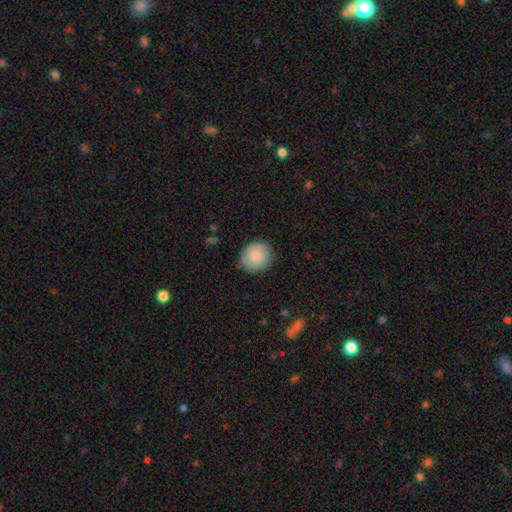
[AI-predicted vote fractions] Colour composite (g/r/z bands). It shows a smooth galaxy with no disk features (84%) that is round (88%). Merging: none (83%).